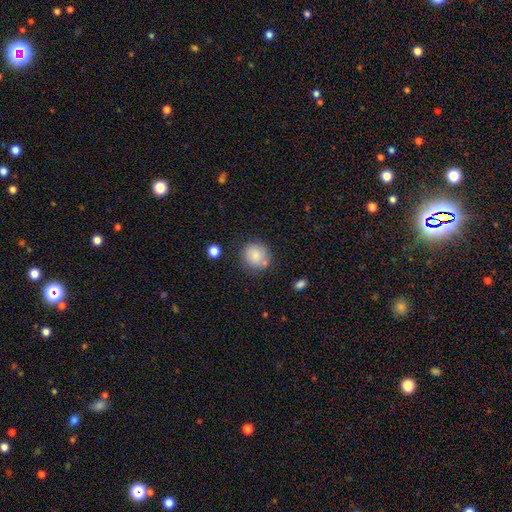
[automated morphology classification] Overall: smooth (84%). How rounded: round (87%). Merging: none (73%).